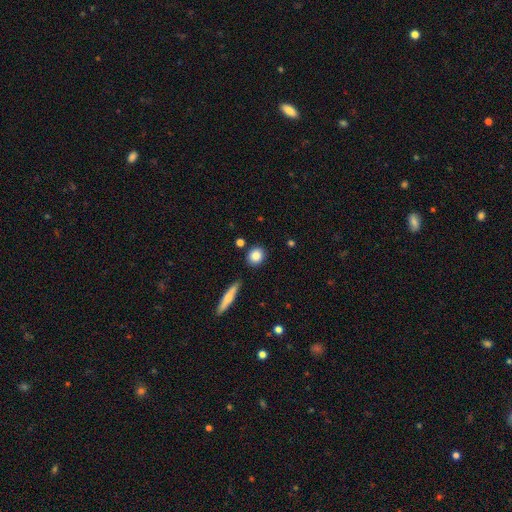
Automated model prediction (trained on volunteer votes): smooth-or-featured: smooth: 85% | star or artifact: 8% | featured or disk: 7%
  how-rounded: round: 74% | in between: 22% | cigar-shaped: 3%
  merging: none: 86% | minor disturbance: 9% | merger: 4% | major disturbance: 2%